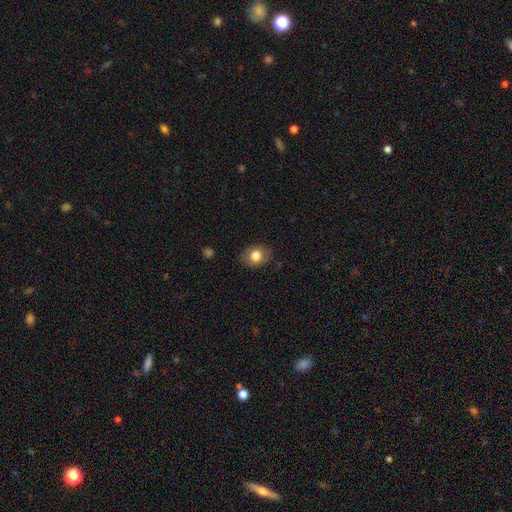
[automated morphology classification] smooth 80%, featured or disk 12%, star or artifact 9%. Down the decision tree: how rounded — in between (60%); merging — none (83%).